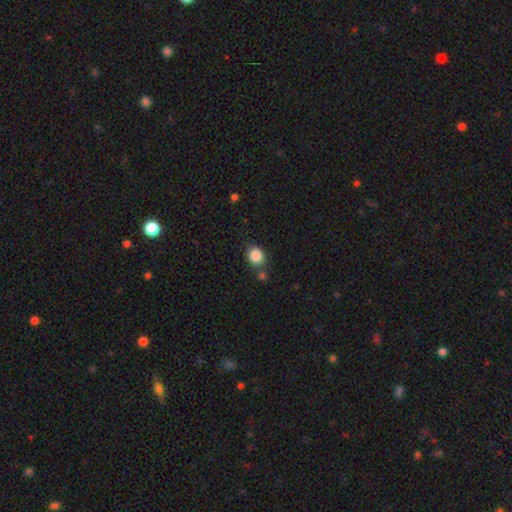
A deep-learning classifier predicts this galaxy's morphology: Smooth or featured? smooth (86%)
How rounded? round (61%)
Merging? none (70%)